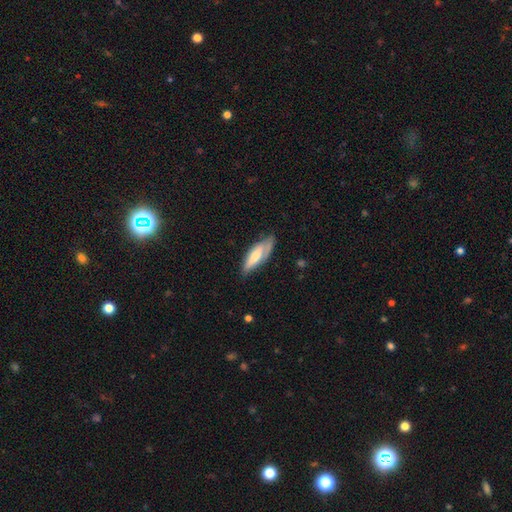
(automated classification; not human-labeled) smooth-or-featured: smooth: 59% | featured or disk: 35% | star or artifact: 6%
  how-rounded: in between: 50% | cigar-shaped: 48% | round: 2%
  merging: none: 55% | minor disturbance: 32% | major disturbance: 10% | merger: 3%